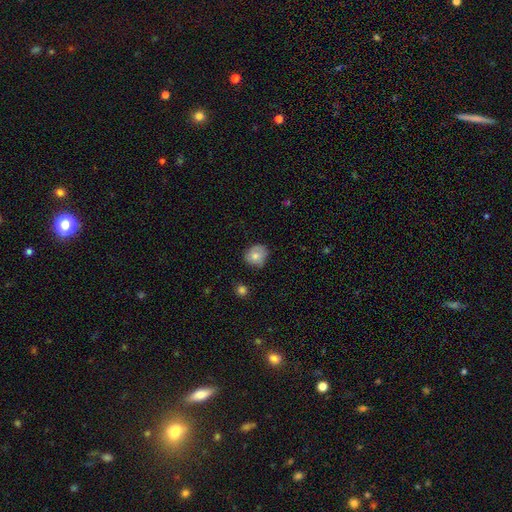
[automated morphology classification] The model was most divided on "merging": none: 66%, minor disturbance: 27%, major disturbance: 5%, merger: 2%. More confident: smooth or featured — smooth (77%); how rounded — round (73%).